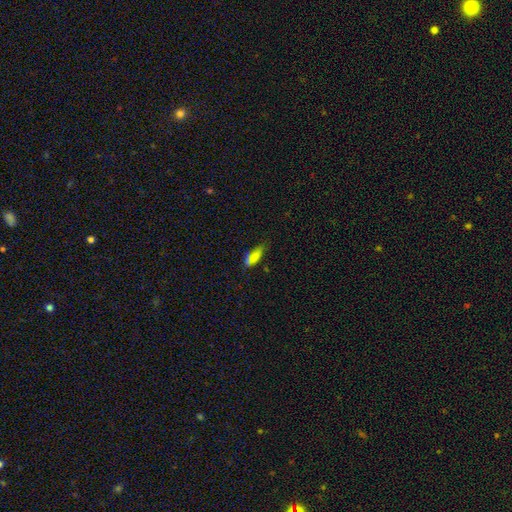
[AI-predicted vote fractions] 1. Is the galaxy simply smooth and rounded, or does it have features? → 68% smooth, 20% star or artifact, 11% featured or disk.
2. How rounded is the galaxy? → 68% in between, 27% cigar-shaped, 5% round.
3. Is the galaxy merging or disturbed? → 57% none, 22% minor disturbance, 12% merger, 8% major disturbance.